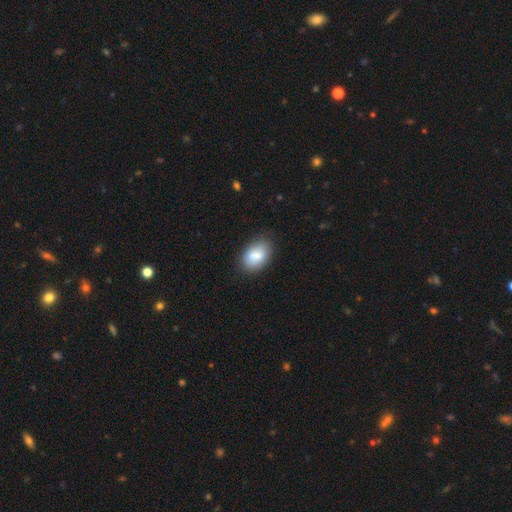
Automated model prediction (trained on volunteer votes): smooth-or-featured: smooth: 81% | featured or disk: 12% | star or artifact: 7%
  how-rounded: in between: 88% | round: 11% | cigar-shaped: 1%
  merging: none: 78% | minor disturbance: 17% | major disturbance: 4% | merger: 2%